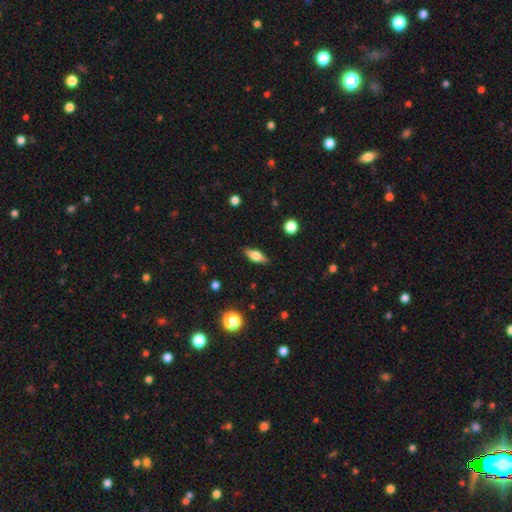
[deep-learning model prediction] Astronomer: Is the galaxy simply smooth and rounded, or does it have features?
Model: smooth — 61%.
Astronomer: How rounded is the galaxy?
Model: in between — 68%.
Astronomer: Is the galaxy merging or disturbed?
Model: none — 87%.